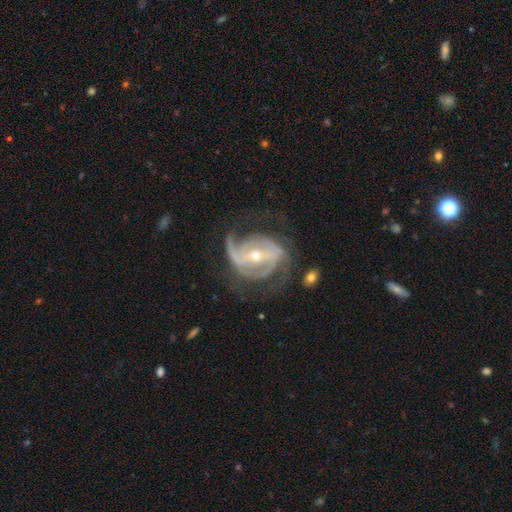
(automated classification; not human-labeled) Smooth or featured: featured or disk — 91% (star or artifact — 5%)
Edge-on disk: no — 97% (yes — 3%)
Bar: strong — 53% (weak — 33%)
Spiral arms: yes — 96% (no — 4%)
Spiral winding: medium — 47% (tight — 29%)
Spiral arm count: 2 — 51% (3 — 22%)
Bulge size: small — 57% (moderate — 40%)
Merging: none — 58% (major disturbance — 21%)